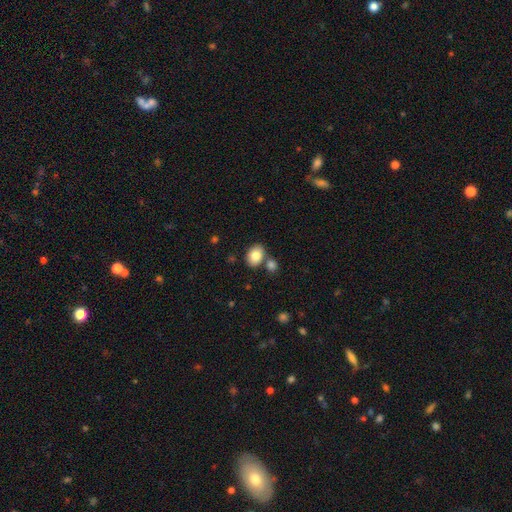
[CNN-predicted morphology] type=smooth (83%); roundness=in between (70%); merging=none (69%).